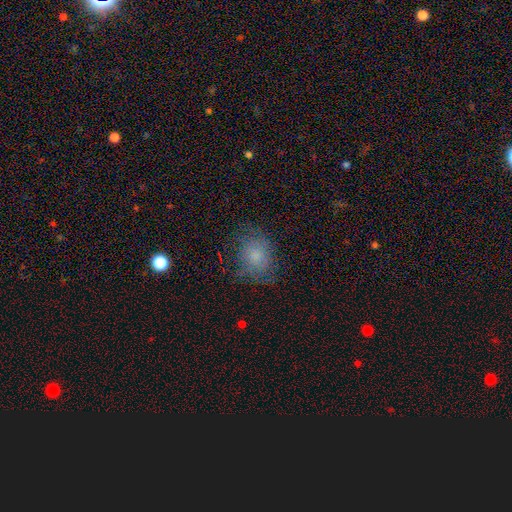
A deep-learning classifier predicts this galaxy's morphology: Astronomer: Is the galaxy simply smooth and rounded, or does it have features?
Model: smooth — 68%.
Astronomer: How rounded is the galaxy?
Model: round — 53% (runner-up: in between, 46%).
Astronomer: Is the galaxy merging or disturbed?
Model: none — 67%.